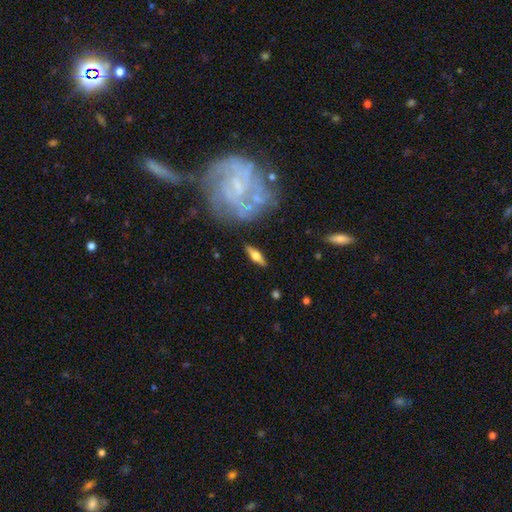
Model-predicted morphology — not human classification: The model was most divided on "smooth or featured": featured or disk: 59%, smooth: 34%, star or artifact: 7%. More confident: edge-on bulge — rounded (93%); edge-on disk — yes (89%); merging — none (84%).